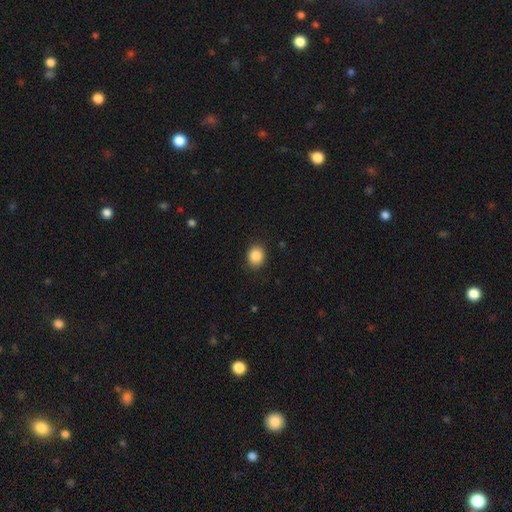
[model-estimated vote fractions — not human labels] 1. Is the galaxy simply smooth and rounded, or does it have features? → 87% smooth, 9% star or artifact, 4% featured or disk.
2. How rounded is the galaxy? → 61% round, 38% in between, 1% cigar-shaped.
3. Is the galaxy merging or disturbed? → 88% none, 8% minor disturbance, 2% major disturbance, 1% merger.